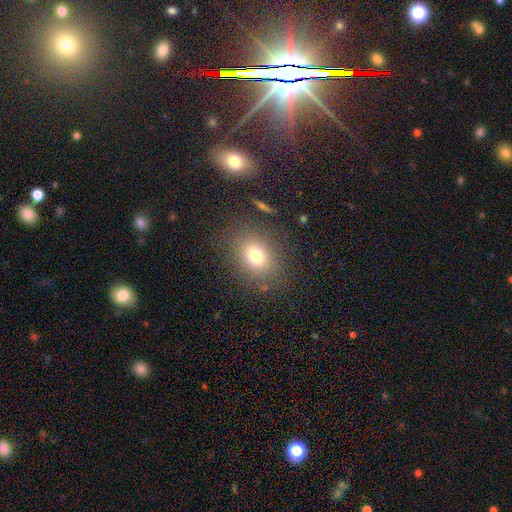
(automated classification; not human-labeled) Smooth or featured? smooth (74%)
How rounded? in between (56%)
Merging? none (81%)